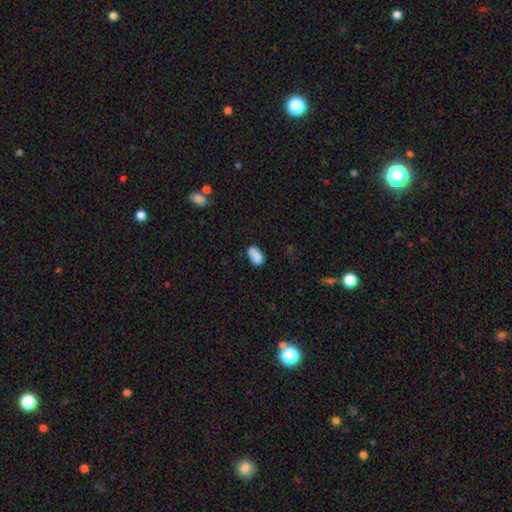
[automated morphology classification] This appears to be a smooth galaxy with no disk features (86%) that is in between round and cigar-shaped (92%). Merging: none (68%).